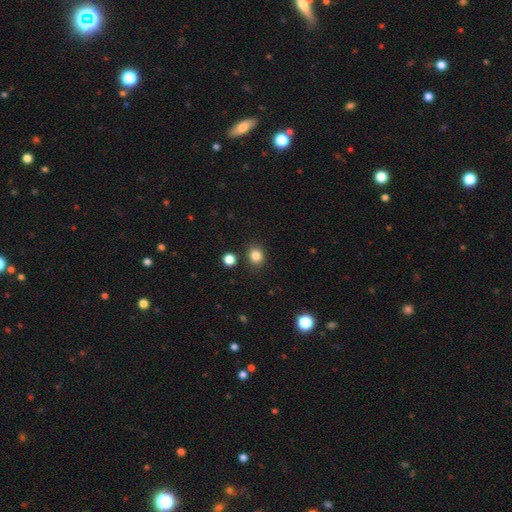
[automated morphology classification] A smooth galaxy with no disk features (83%) that is round (76%). Merging: none (85%).